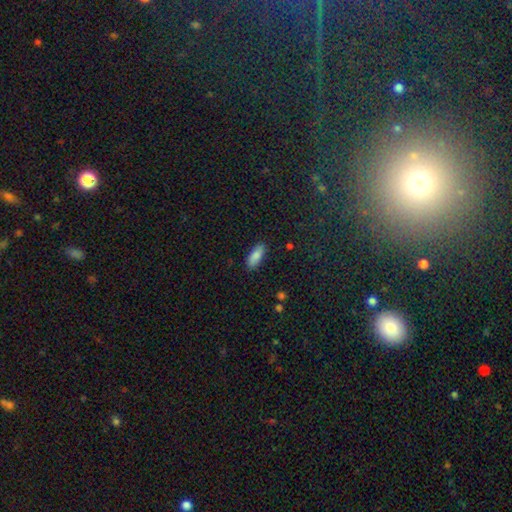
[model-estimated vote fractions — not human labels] smooth_or_featured: smooth (p=0.86) [alt: star or artifact p=0.07]
how_rounded: in between (p=0.78) [alt: cigar-shaped p=0.20]
merging: none (p=0.86) [alt: minor disturbance p=0.11]